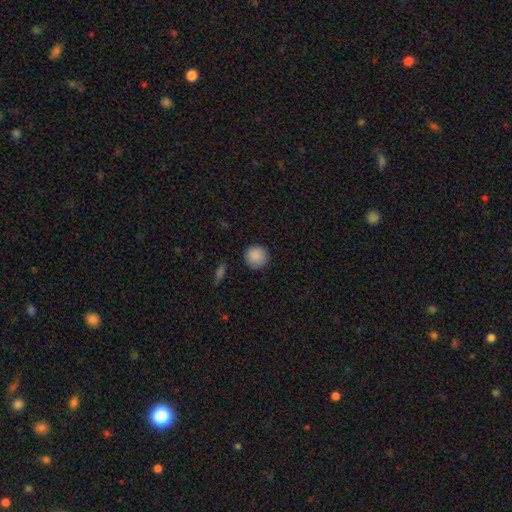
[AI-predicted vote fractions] Smooth or featured?
  - smooth: 88% *
  - star or artifact: 8%
  - featured or disk: 4%
How rounded?
  - round: 94% *
  - in between: 5%
  - cigar-shaped: 1%
Merging?
  - none: 89% *
  - minor disturbance: 8%
  - major disturbance: 2%
  - merger: 1%